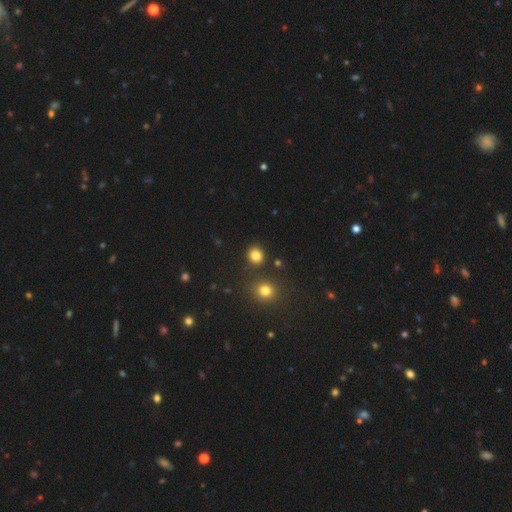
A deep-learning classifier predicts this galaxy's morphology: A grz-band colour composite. It shows a smooth galaxy with no disk features (82%) that is round (82%). Merging: none (85%).